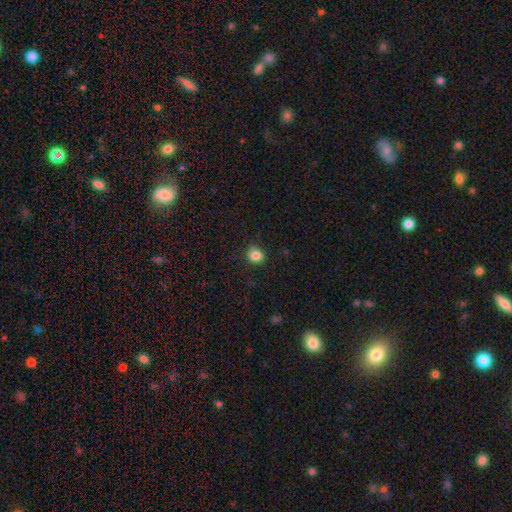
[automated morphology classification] smooth_or_featured: smooth (p=0.84) [alt: star or artifact p=0.11]
how_rounded: round (p=0.85) [alt: in between p=0.14]
merging: none (p=0.80) [alt: minor disturbance p=0.15]